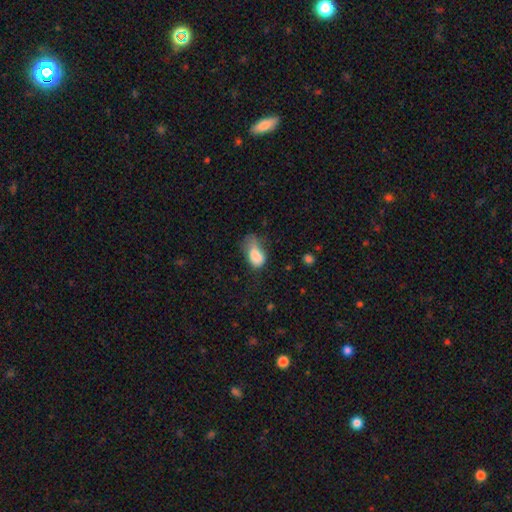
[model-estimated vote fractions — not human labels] Smooth or featured? smooth (77%)
How rounded? in between (89%)
Merging? major disturbance (41%)